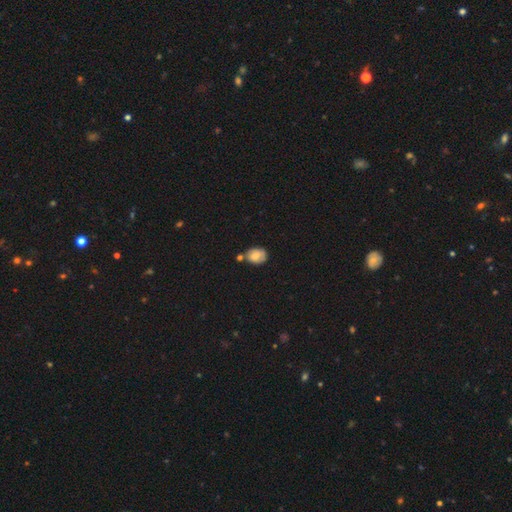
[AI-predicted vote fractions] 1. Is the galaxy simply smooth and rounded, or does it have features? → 77% smooth, 15% featured or disk, 8% star or artifact.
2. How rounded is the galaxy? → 60% in between, 39% round, 1% cigar-shaped.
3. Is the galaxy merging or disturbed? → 59% none, 20% minor disturbance, 17% merger, 4% major disturbance.